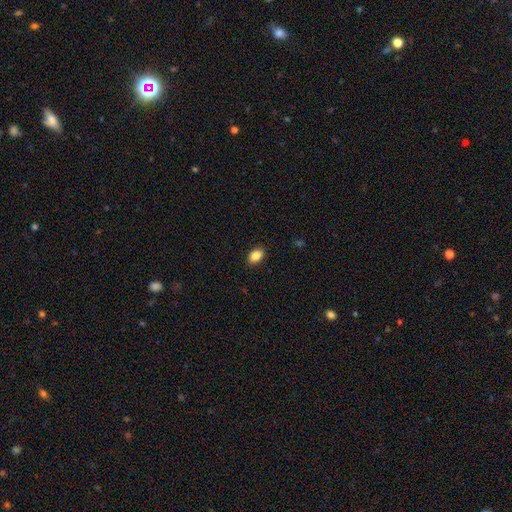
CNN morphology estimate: Smooth or featured? smooth (86%)
How rounded? in between (86%)
Merging? none (89%)